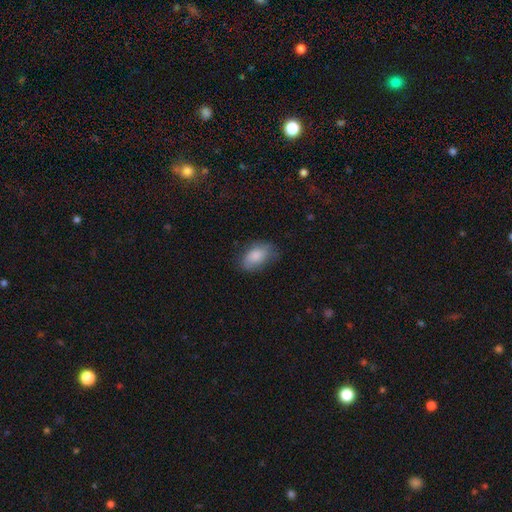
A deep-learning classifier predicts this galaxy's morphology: smooth 83%, featured or disk 10%, star or artifact 7%. Down the decision tree: how rounded — in between (92%); merging — none (68%).